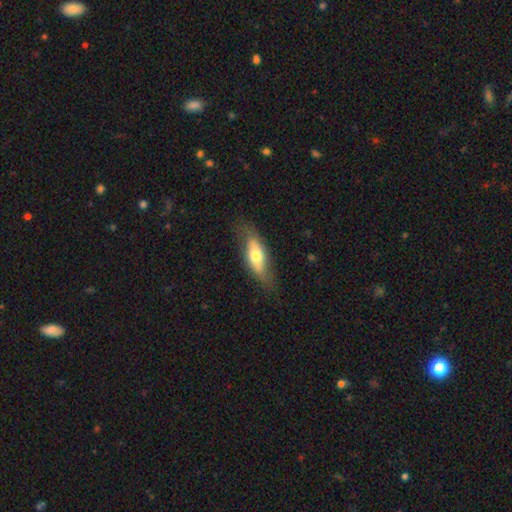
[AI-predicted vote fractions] Morphology: type=smooth (57%); roundness=in between (68%); merging=none (71%).